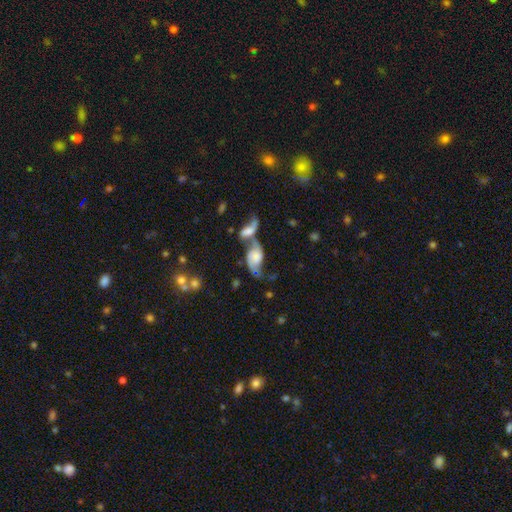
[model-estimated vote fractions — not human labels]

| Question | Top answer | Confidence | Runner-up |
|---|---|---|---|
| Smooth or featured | featured or disk | 63% | smooth (28%) |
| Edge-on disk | no | 94% | yes (6%) |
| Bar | no | 68% | weak (26%) |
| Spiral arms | yes | 87% | no (13%) |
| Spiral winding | loose | 60% | medium (29%) |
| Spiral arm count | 2 | 83% | 1 (7%) |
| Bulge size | none | 28% | moderate (24%) |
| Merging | merger | 57% | none (21%) |